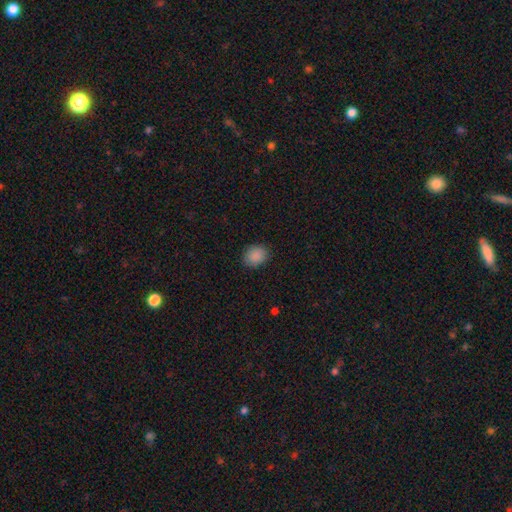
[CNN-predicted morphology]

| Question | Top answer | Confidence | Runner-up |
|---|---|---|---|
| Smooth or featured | smooth | 88% | star or artifact (9%) |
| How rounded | round | 51% | in between (48%) |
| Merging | none | 88% | minor disturbance (9%) |